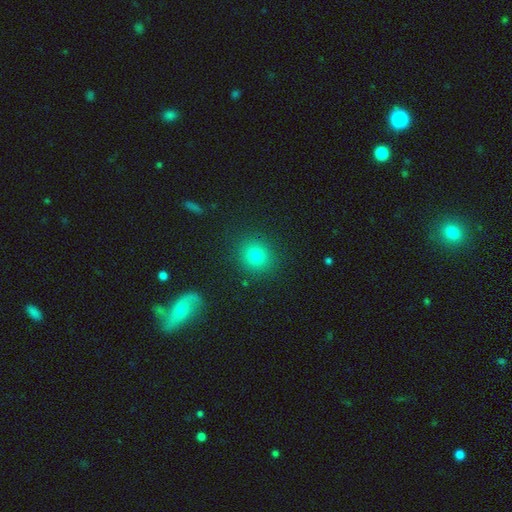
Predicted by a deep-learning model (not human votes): smooth-or-featured: smooth: 78% | star or artifact: 15% | featured or disk: 7%
  how-rounded: round: 88% | in between: 11% | cigar-shaped: 1%
  merging: none: 89% | minor disturbance: 7% | major disturbance: 3% | merger: 2%